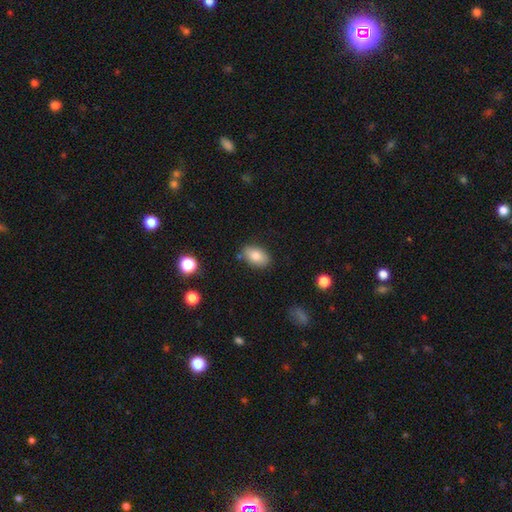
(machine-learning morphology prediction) The model was most divided on "merging": none: 80%, minor disturbance: 14%, merger: 3%, major disturbance: 3%. More confident: how rounded — in between (88%); smooth or featured — smooth (80%).